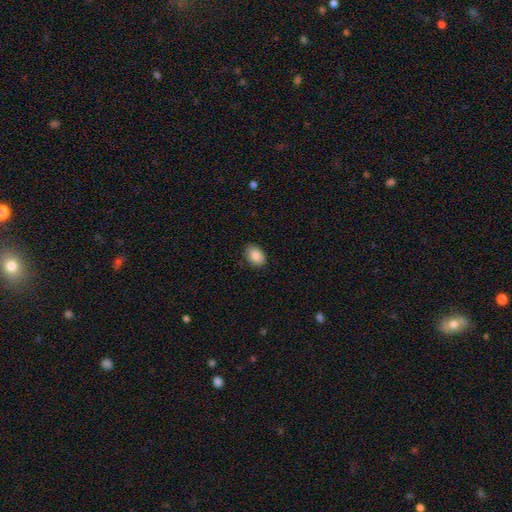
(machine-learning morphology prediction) This appears to be a smooth galaxy with no disk features (87%) that is in between round and cigar-shaped (78%). Merging: none (85%).